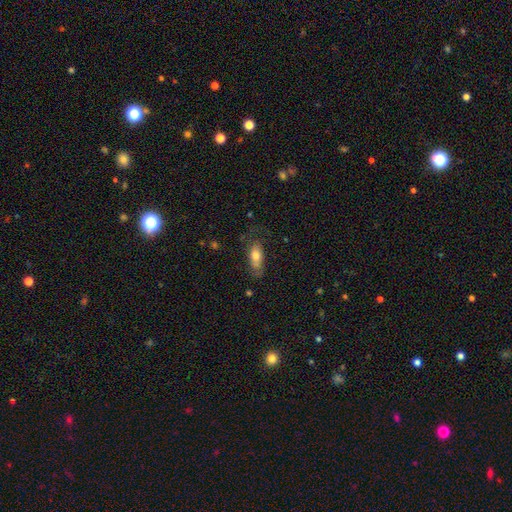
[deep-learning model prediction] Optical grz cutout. It shows a smooth galaxy with no disk features (68%) that is in between round and cigar-shaped (81%). Merging: none (55%).